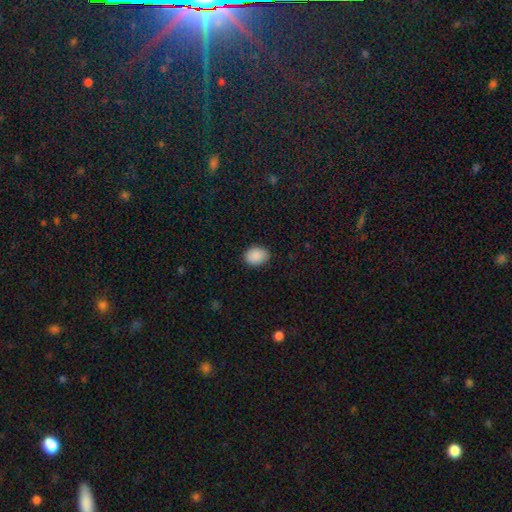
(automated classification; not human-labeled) This appears to be a smooth galaxy with no disk features (90%) that is in between round and cigar-shaped (71%). Merging: none (85%).